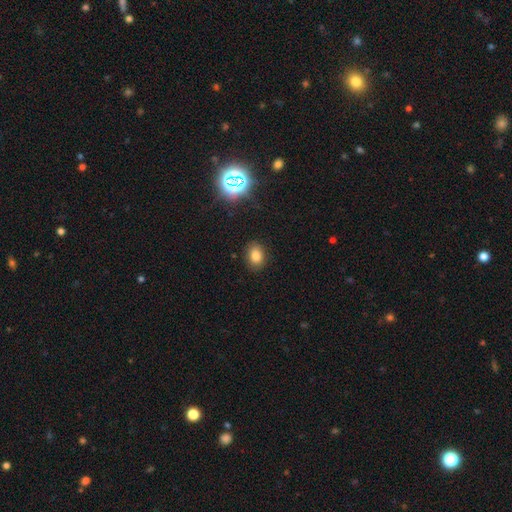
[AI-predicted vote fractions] smooth_or_featured: smooth (p=0.80) [alt: star or artifact p=0.14]
how_rounded: in between (p=0.66) [alt: round p=0.33]
merging: none (p=0.86) [alt: minor disturbance p=0.10]